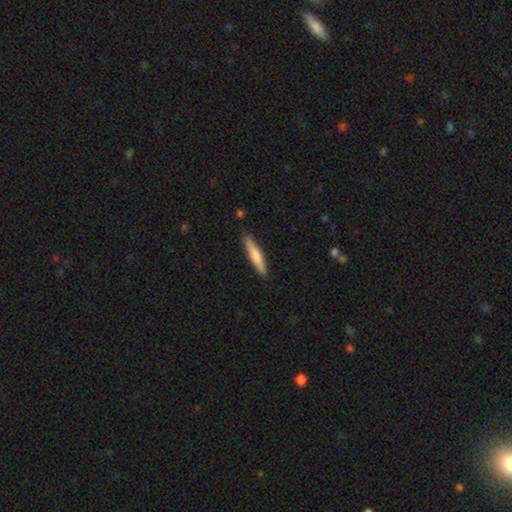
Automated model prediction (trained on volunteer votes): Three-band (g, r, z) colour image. It shows a smooth galaxy with no disk features (72%) that is cigar-shaped (90%). Merging: none (87%).